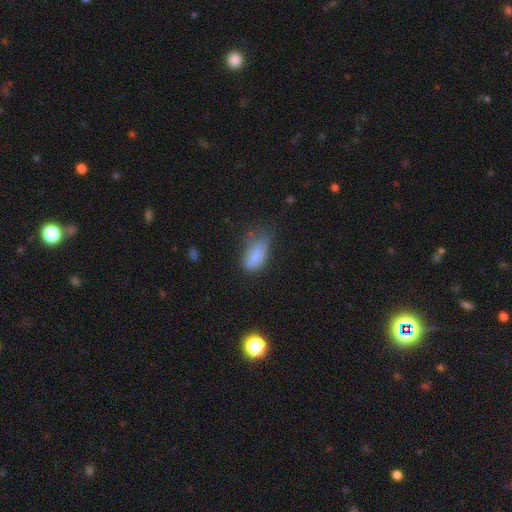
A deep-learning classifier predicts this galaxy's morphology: Smooth or featured? smooth (79%)
How rounded? in between (87%)
Merging? minor disturbance (39%)